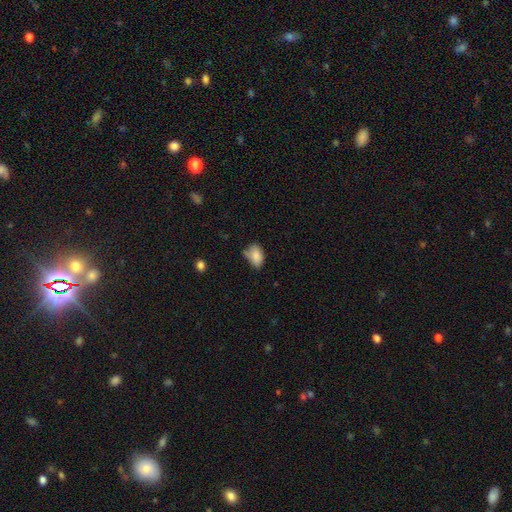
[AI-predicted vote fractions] This appears to be a smooth galaxy with no disk features (84%) that is in between round and cigar-shaped (86%). Merging: none (50%).